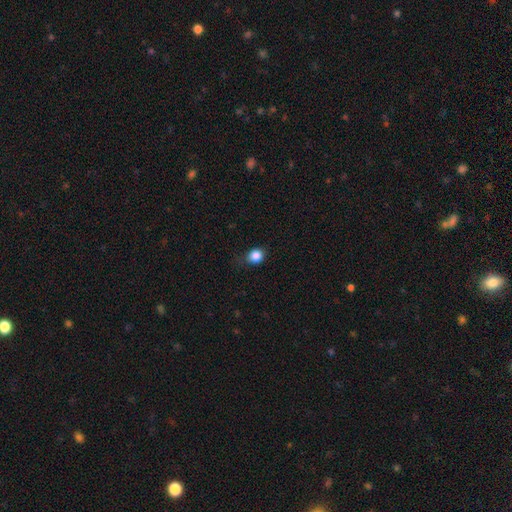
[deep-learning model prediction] This is clearly a smooth galaxy (85%). How rounded: likely round (75%). Merging: likely none (72%).